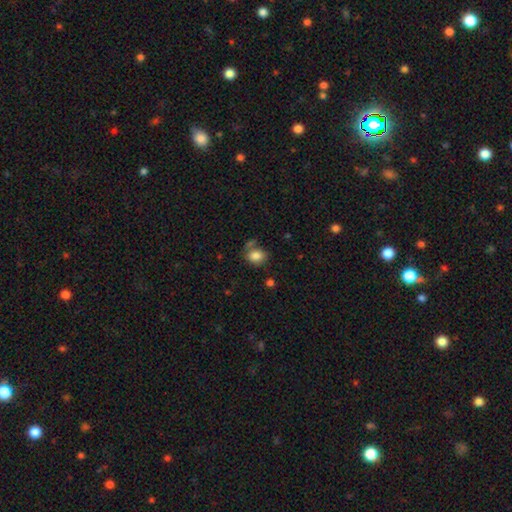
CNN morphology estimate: type=smooth (83%); roundness=round (51%); merging=none (58%).